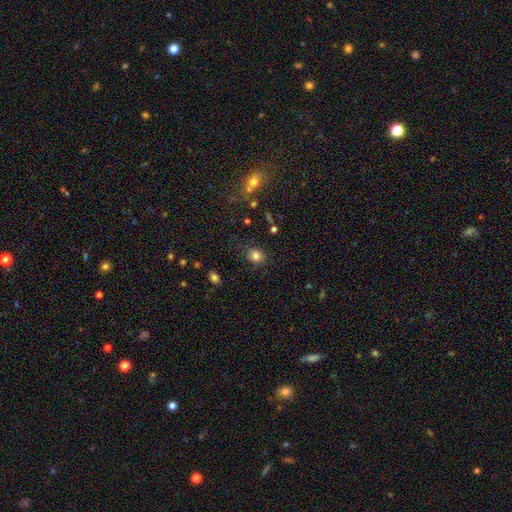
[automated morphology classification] Q: Smooth or featured?
A: smooth (81%); runner-up: star or artifact (12%)
Q: How rounded?
A: round (62%); runner-up: in between (37%)
Q: Merging?
A: none (78%); runner-up: minor disturbance (15%)